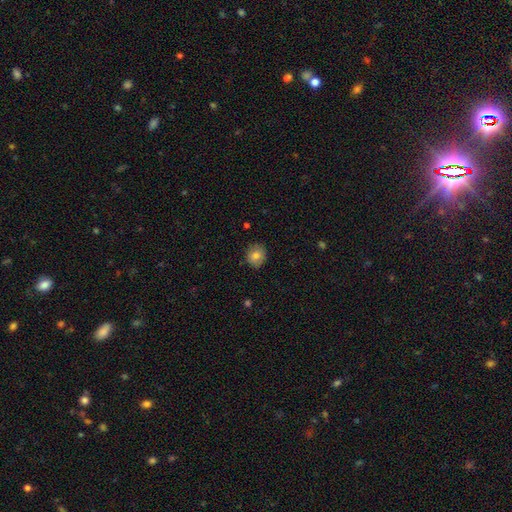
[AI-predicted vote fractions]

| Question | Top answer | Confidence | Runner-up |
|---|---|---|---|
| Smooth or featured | smooth | 79% | featured or disk (12%) |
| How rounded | round | 82% | in between (17%) |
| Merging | none | 85% | minor disturbance (12%) |